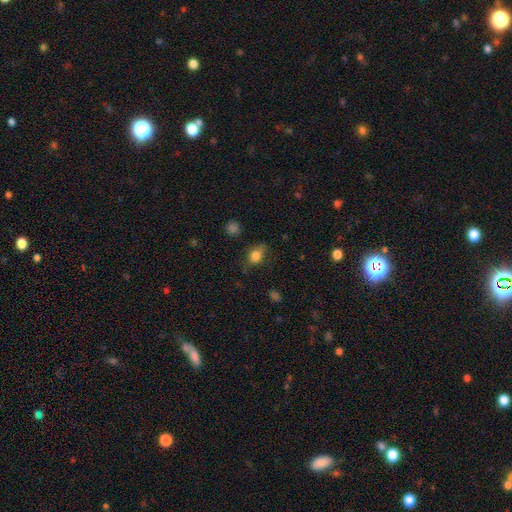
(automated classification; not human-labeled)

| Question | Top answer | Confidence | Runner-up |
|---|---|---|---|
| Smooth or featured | smooth | 79% | star or artifact (11%) |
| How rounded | in between | 61% | round (37%) |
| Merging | none | 69% | minor disturbance (22%) |